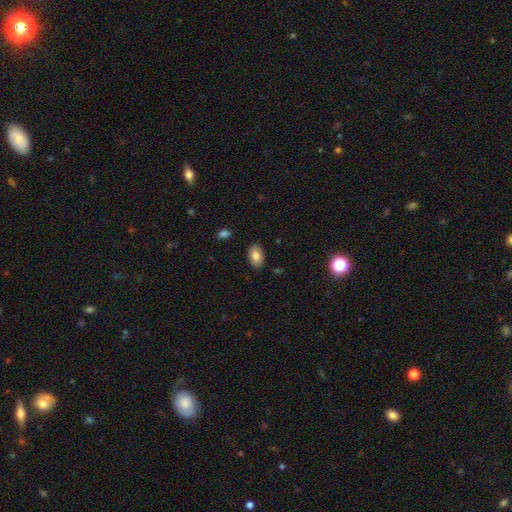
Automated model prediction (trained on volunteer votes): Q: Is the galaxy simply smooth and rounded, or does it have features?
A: smooth — 82%.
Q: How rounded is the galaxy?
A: in between — 92%.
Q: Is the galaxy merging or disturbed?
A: none — 87%.